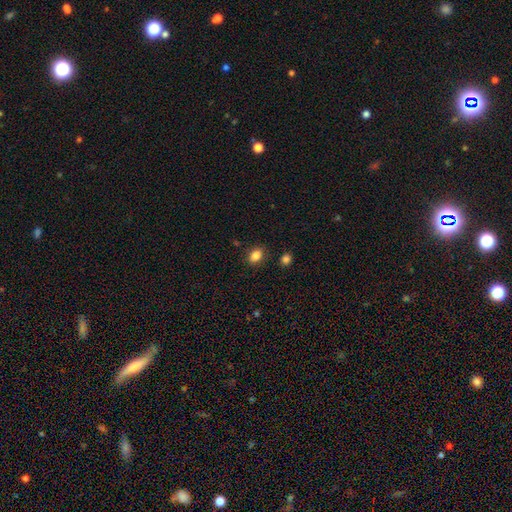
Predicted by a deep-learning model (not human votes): The model was most divided on "how rounded": in between: 72%, round: 27%, cigar-shaped: 1%. More confident: smooth or featured — smooth (85%); merging — none (84%).